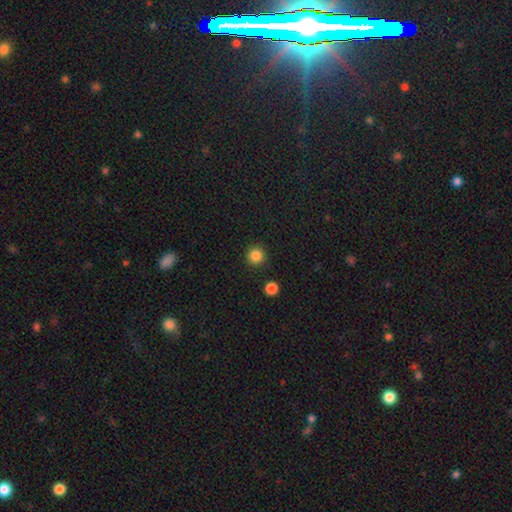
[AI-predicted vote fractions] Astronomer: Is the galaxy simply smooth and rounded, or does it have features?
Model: smooth — 86%.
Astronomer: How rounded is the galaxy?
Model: round — 95%.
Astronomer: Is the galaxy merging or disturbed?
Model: none — 91%.